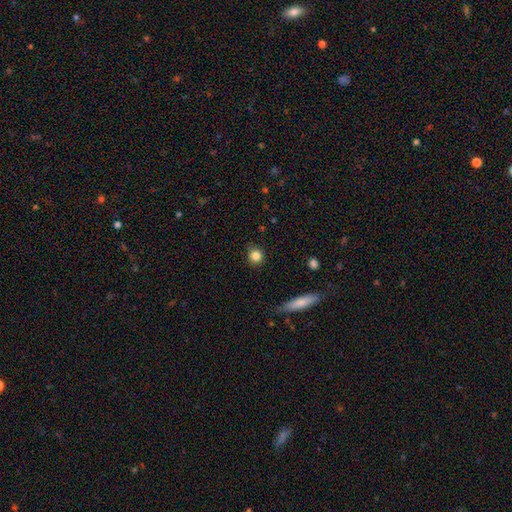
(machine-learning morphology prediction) Smooth or featured?
  - smooth: 84% *
  - star or artifact: 11%
  - featured or disk: 6%
How rounded?
  - round: 88% *
  - in between: 11%
  - cigar-shaped: 1%
Merging?
  - none: 88% *
  - minor disturbance: 9%
  - major disturbance: 2%
  - merger: 1%